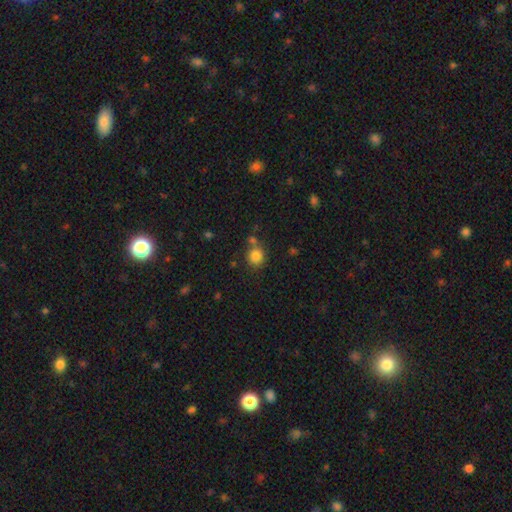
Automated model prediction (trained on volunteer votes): A smooth galaxy with no disk features (84%) that is round (85%).

Vote fractions:
- Smooth or featured? smooth: 84% / star or artifact: 11% / featured or disk: 5%
- How rounded? round: 85% / in between: 14% / cigar-shaped: 1%
- Merging? none: 67% / merger: 16% / minor disturbance: 12% / major disturbance: 4%